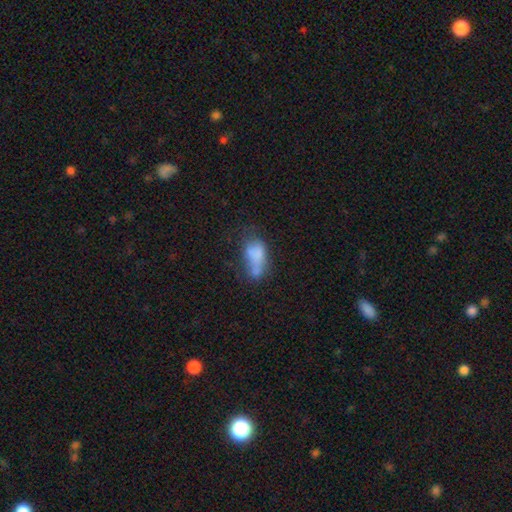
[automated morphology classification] smooth_or_featured: smooth (p=0.66) [alt: featured or disk p=0.23]
how_rounded: in between (p=0.86) [alt: cigar-shaped p=0.07]
merging: none (p=0.27) [alt: merger p=0.25]